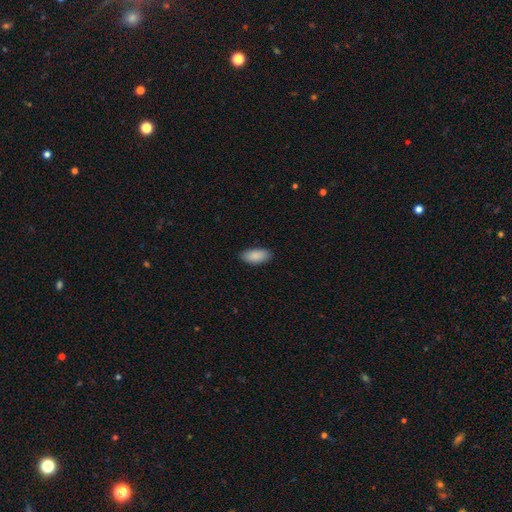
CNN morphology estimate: smooth-or-featured: smooth: 90% | star or artifact: 6% | featured or disk: 4%
  how-rounded: in between: 91% | cigar-shaped: 7% | round: 2%
  merging: none: 86% | minor disturbance: 11% | major disturbance: 2% | merger: 1%